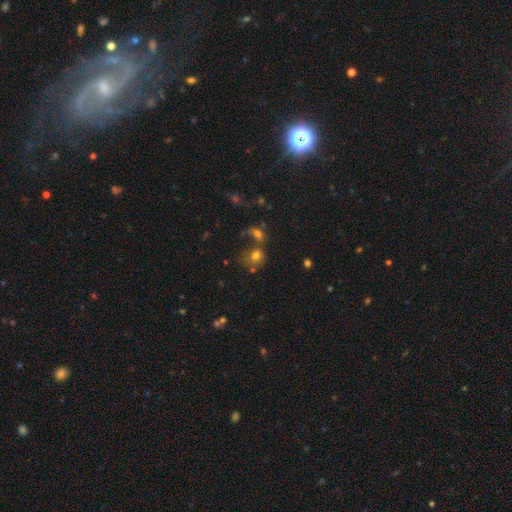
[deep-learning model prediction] A smooth galaxy with no disk features (70%) that is round (64%).

Vote fractions:
- Smooth or featured? smooth: 70% / featured or disk: 15% / star or artifact: 15%
- How rounded? round: 64% / in between: 34% / cigar-shaped: 1%
- Merging? merger: 43% / none: 32% / major disturbance: 13% / minor disturbance: 12%